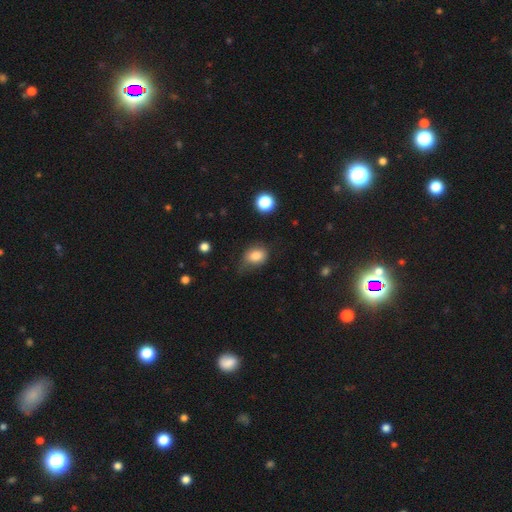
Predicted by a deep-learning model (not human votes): A smooth galaxy with no disk features (82%) that is in between round and cigar-shaped (62%).

Vote fractions:
- Smooth or featured? smooth: 82% / star or artifact: 10% / featured or disk: 8%
- How rounded? in between: 62% / round: 37% / cigar-shaped: 1%
- Merging? none: 54% / minor disturbance: 32% / major disturbance: 12% / merger: 2%